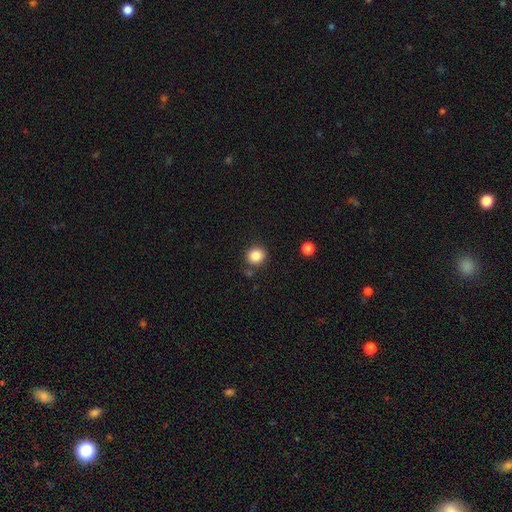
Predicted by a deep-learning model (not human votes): Overall: smooth (86%). How rounded: round (90%). Merging: none (85%).